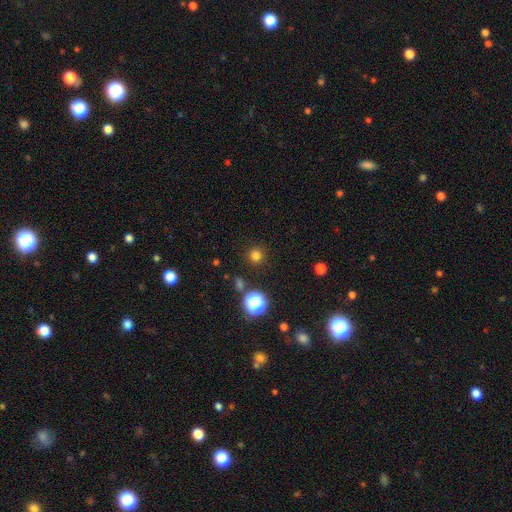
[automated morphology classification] This is likely a smooth galaxy (77%). How rounded: clearly round (95%). Merging: clearly none (90%).